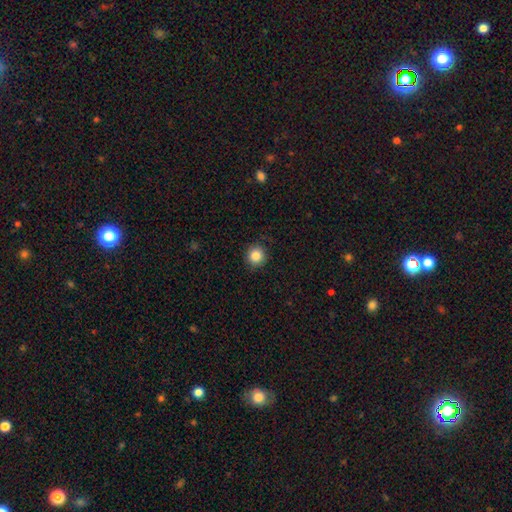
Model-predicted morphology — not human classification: smooth_or_featured: smooth (p=0.86) [alt: star or artifact p=0.10]
how_rounded: round (p=0.94) [alt: in between p=0.05]
merging: none (p=0.89) [alt: minor disturbance p=0.08]